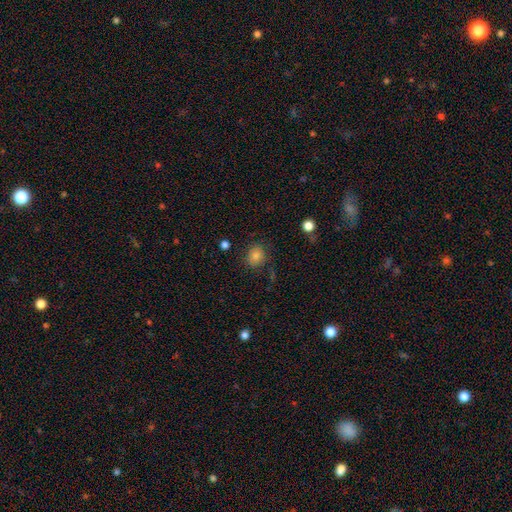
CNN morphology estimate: Smooth or featured? Predicted: smooth (p=0.78). How rounded? Predicted: round (p=0.67). Merging? Predicted: none (p=0.81).